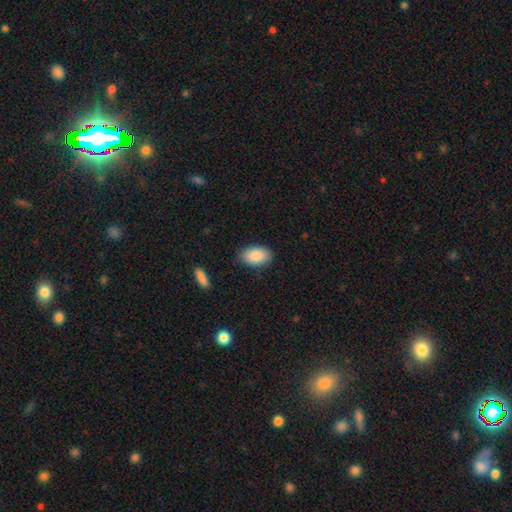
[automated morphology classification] Overall: smooth (88%). How rounded: in between (92%). Merging: none (82%).